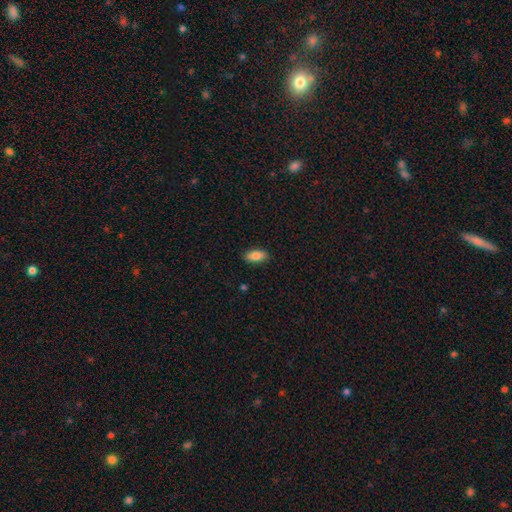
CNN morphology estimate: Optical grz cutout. It shows a smooth galaxy with no disk features (85%) that is in between round and cigar-shaped (89%). Merging: none (89%).